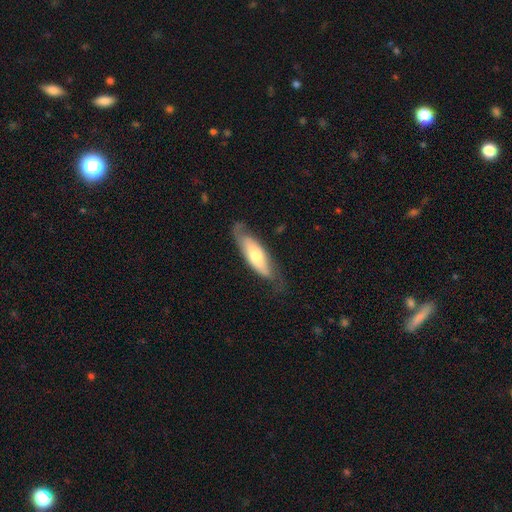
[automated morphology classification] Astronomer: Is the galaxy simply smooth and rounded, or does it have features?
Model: smooth — 52% (runner-up: featured or disk, 43%).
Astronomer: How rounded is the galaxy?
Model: in between — 55% (runner-up: cigar-shaped, 43%).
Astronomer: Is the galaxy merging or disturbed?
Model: none — 62%.